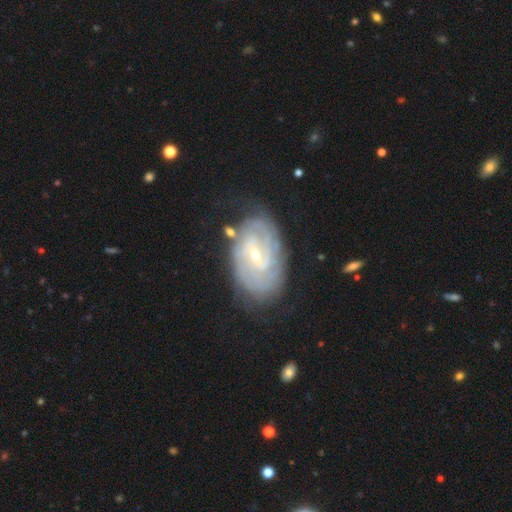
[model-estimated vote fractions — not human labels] Q: Smooth or featured?
A: featured or disk (85%); runner-up: smooth (9%)
Q: Edge-on disk?
A: no (96%); runner-up: yes (4%)
Q: Bar?
A: weak (56%); runner-up: strong (22%)
Q: Spiral arms?
A: yes (95%); runner-up: no (5%)
Q: Spiral winding?
A: tight (75%); runner-up: medium (21%)
Q: Spiral arm count?
A: can't tell (36%); runner-up: 2 (30%)
Q: Bulge size?
A: small (62%); runner-up: moderate (34%)
Q: Merging?
A: none (74%); runner-up: minor disturbance (18%)